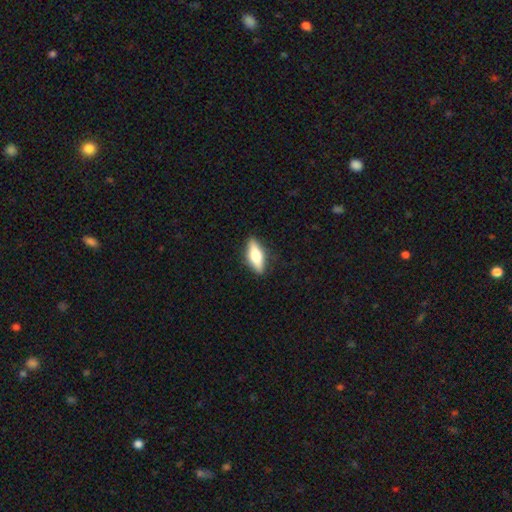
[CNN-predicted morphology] A smooth galaxy with no disk features (53%) that is in between round and cigar-shaped (58%). Merging: none (88%).